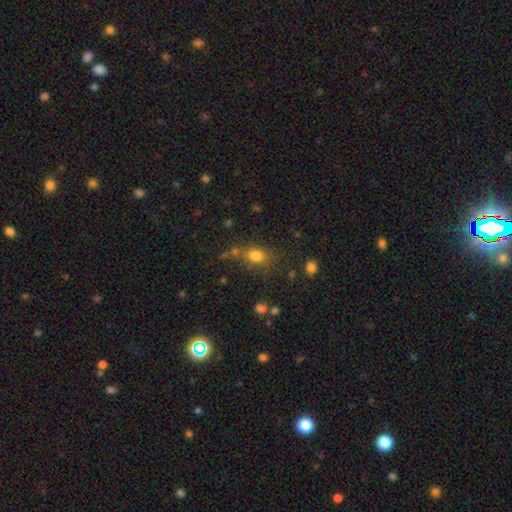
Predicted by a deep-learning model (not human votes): Q: Smooth or featured?
A: smooth (78%); runner-up: star or artifact (14%)
Q: How rounded?
A: in between (66%); runner-up: round (31%)
Q: Merging?
A: none (69%); runner-up: minor disturbance (16%)